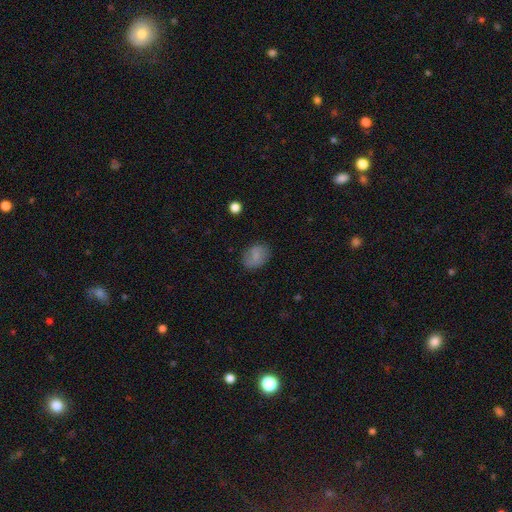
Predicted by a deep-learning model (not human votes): This appears to be a smooth galaxy with no disk features (76%) that is in between round and cigar-shaped (72%). Merging: none (78%).